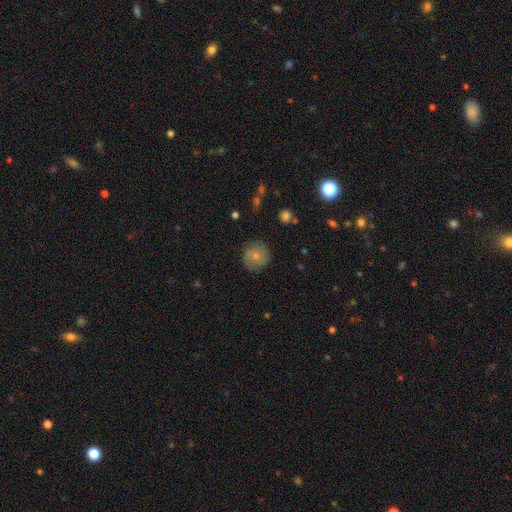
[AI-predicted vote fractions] Smooth or featured?
  - smooth: 70% *
  - featured or disk: 22%
  - star or artifact: 8%
How rounded?
  - round: 92% *
  - in between: 7%
  - cigar-shaped: 1%
Merging?
  - none: 80% *
  - minor disturbance: 15%
  - major disturbance: 4%
  - merger: 1%